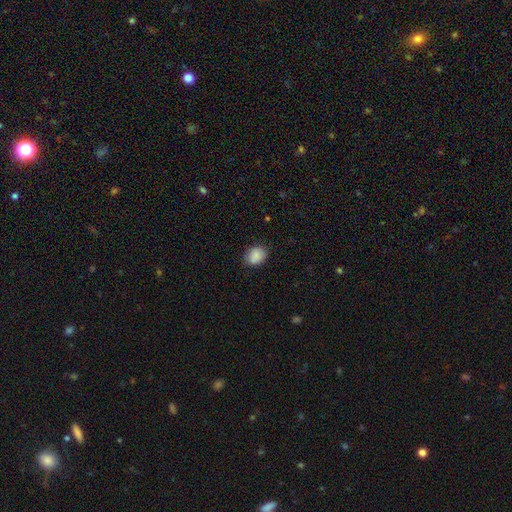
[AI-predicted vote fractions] Smooth or featured: smooth — 87% (star or artifact — 8%)
How rounded: in between — 54% (round — 45%)
Merging: none — 78% (minor disturbance — 17%)